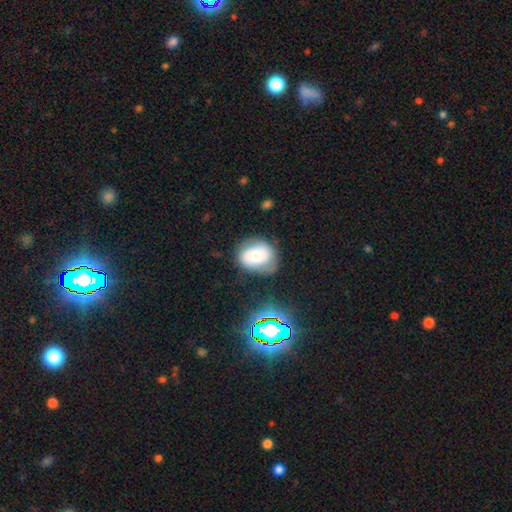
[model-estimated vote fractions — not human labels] Smooth or featured? Predicted: smooth (p=0.55). How rounded? Predicted: in between (p=0.55). Merging? Predicted: none (p=0.63).